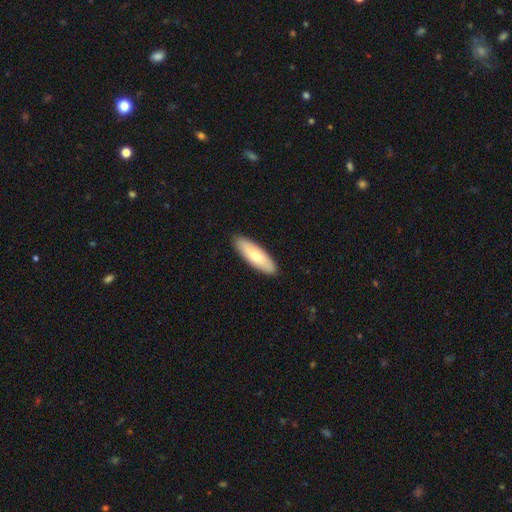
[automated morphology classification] This is likely a smooth galaxy (65%). How rounded: possibly in between (55%). Merging: clearly none (90%).